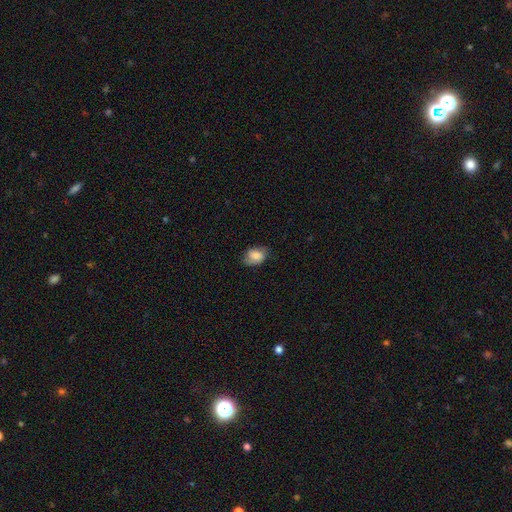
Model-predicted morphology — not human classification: smooth-or-featured: smooth: 77% | featured or disk: 15% | star or artifact: 8%
  how-rounded: in between: 79% | round: 20% | cigar-shaped: 1%
  merging: none: 66% | minor disturbance: 26% | major disturbance: 7% | merger: 1%